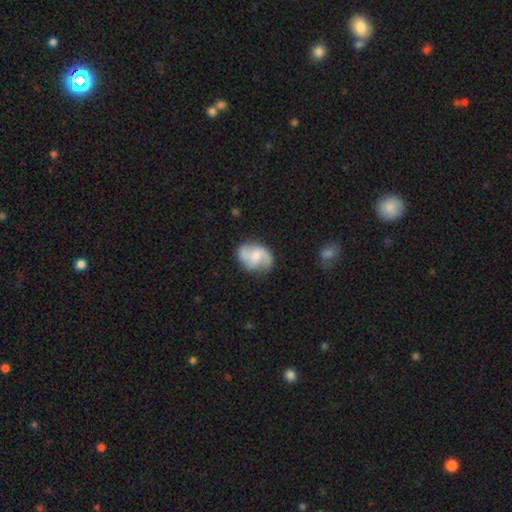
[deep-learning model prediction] Overall: featured or disk (70%). Edge-on disk: no (98%). Bar: no (48%; weak 43%). Spiral arms: yes (92%). Spiral arm count: 2 (82%). Spiral winding: loose (44%; medium 43%). Bulge size: moderate (49%; small 39%). Merging: none (69%).